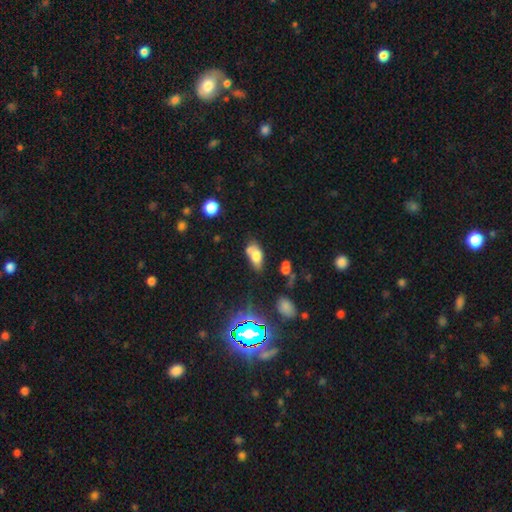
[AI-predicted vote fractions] smooth 67%, featured or disk 21%, star or artifact 13%. Down the decision tree: how rounded — in between (87%); merging — none (42%).